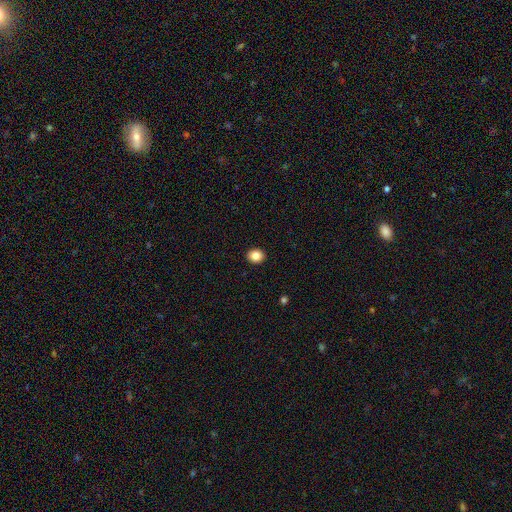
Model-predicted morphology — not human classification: Smooth or featured? smooth (85%)
How rounded? round (64%)
Merging? none (92%)